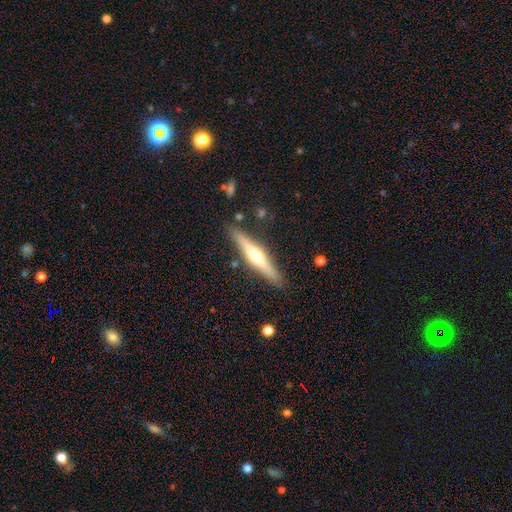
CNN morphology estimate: The model was most divided on "smooth or featured": featured or disk: 63%, smooth: 31%, star or artifact: 6%. More confident: edge-on disk — yes (96%); edge-on bulge — rounded (90%); merging — none (88%).